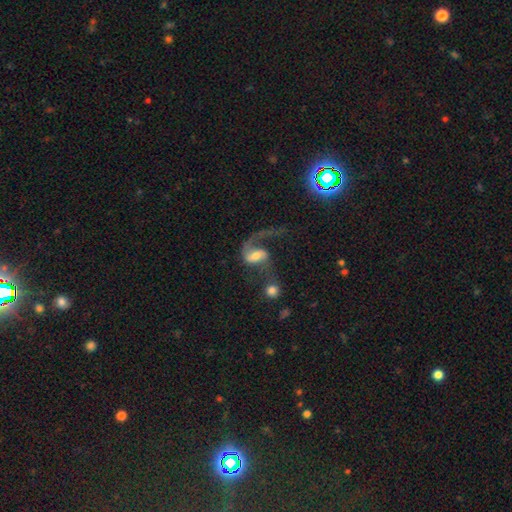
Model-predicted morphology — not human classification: The model was most divided on "merging": major disturbance: 36%, merger: 28%, none: 25%, minor disturbance: 11%. Remaining: edge-on disk — no (97%); spiral arms — yes (89%); smooth or featured — featured or disk (74%); spiral winding — loose (73%); bulge size — moderate (56%); spiral arm count — 1 (52%); bar — weak (45%).